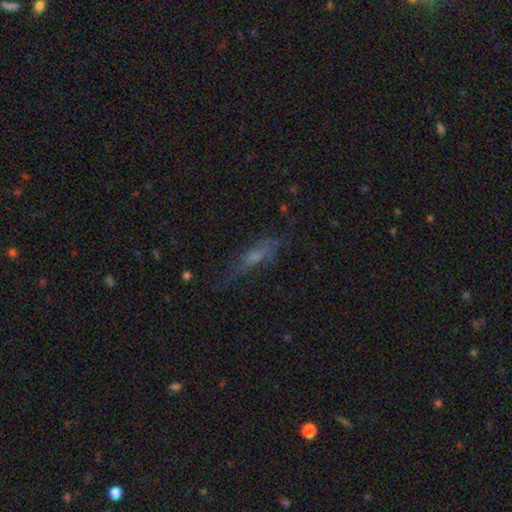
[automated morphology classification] smooth 42%, featured or disk 40%, star or artifact 18%. Down the decision tree: merging — none (53%).